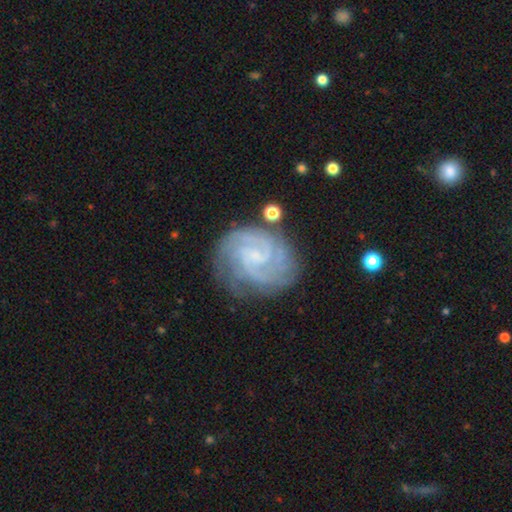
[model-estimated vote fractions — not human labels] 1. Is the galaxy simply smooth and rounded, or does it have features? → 88% featured or disk, 6% smooth, 6% star or artifact.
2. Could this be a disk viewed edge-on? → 98% no, 2% yes.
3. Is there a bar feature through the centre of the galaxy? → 46% no, 43% weak, 10% strong.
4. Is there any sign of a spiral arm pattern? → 98% yes, 2% no.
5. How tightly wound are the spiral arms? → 66% tight, 29% medium, 4% loose.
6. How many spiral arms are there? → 29% 3, 24% 2, 18% can't tell, 16% 4, 6% more than 4, 6% 1.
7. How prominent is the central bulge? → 65% small, 23% none, 10% moderate, 1% large, 1% dominant.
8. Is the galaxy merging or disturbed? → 75% none, 16% minor disturbance, 6% major disturbance, 2% merger.